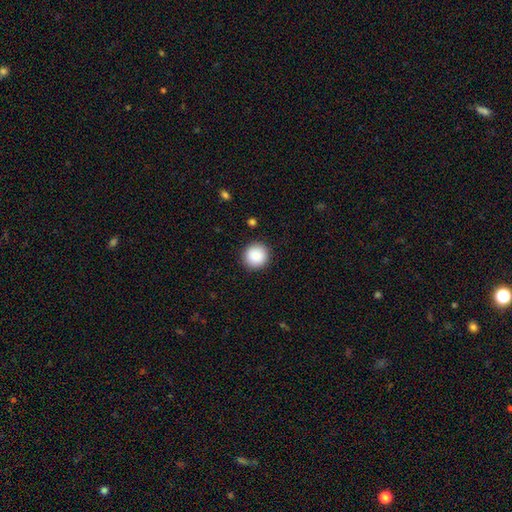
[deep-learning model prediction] Smooth or featured? smooth (89%)
How rounded? round (94%)
Merging? none (91%)